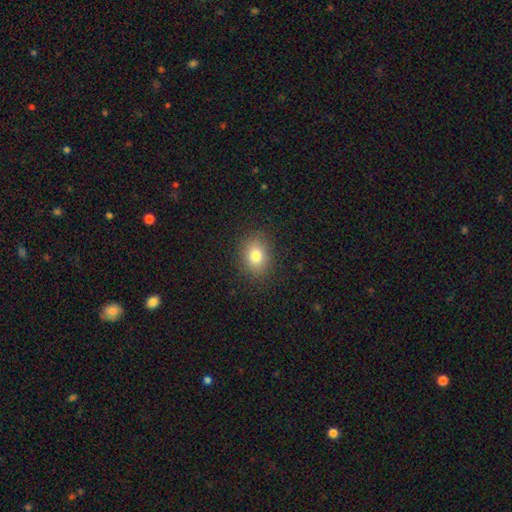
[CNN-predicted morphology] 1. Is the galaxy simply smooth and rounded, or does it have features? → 80% smooth, 11% star or artifact, 9% featured or disk.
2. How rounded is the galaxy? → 60% in between, 39% round, 1% cigar-shaped.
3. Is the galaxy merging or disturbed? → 86% none, 10% minor disturbance, 3% major disturbance, 1% merger.